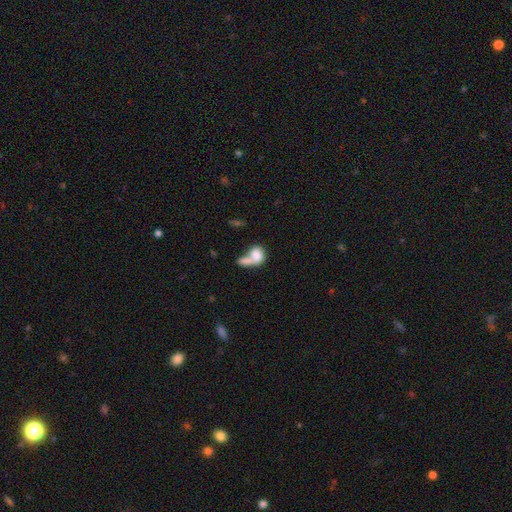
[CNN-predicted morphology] Smooth or featured?
  - smooth: 73% *
  - featured or disk: 19%
  - star or artifact: 8%
How rounded?
  - in between: 61% *
  - round: 35%
  - cigar-shaped: 3%
Merging?
  - merger: 63% *
  - none: 17%
  - major disturbance: 12%
  - minor disturbance: 8%